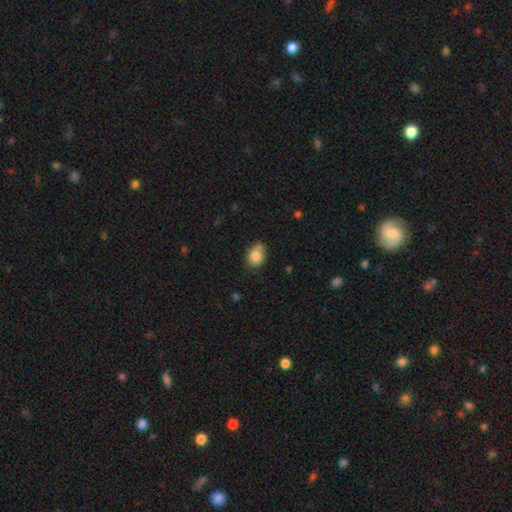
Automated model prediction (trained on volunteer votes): The model was most divided on "how rounded": in between: 55%, round: 44%, cigar-shaped: 1%. More confident: smooth or featured — smooth (82%); merging — none (56%).